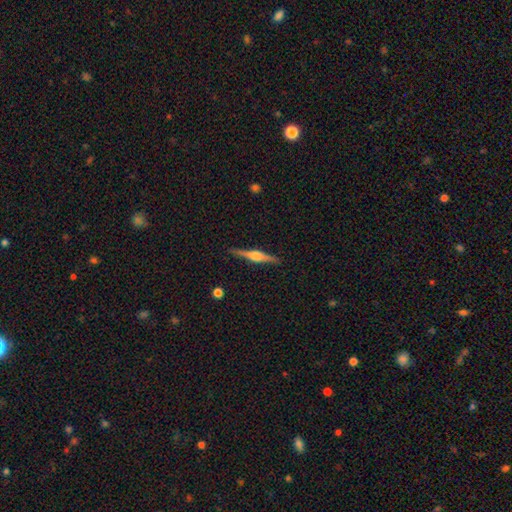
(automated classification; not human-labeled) Overall: featured or disk (78%). Edge-on disk: yes (98%). Edge-on bulge: rounded (85%). Merging: none (90%).